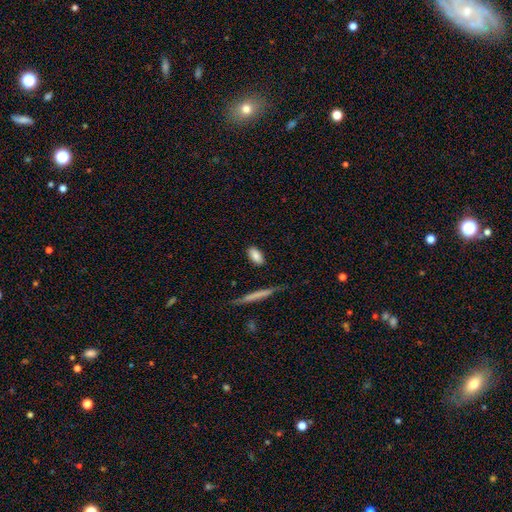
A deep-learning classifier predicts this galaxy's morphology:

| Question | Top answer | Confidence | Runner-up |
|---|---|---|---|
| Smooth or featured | smooth | 85% | featured or disk (8%) |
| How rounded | in between | 88% | cigar-shaped (9%) |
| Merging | none | 84% | minor disturbance (11%) |